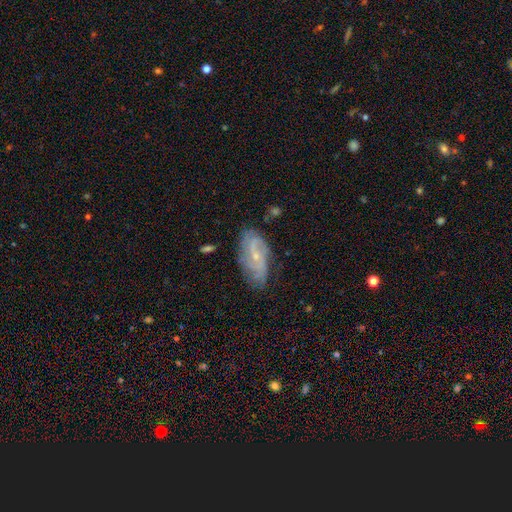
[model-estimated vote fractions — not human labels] This is likely a featured or disk galaxy (75%). It is clearly not viewed edge-on (94%). Bar: possibly no (51%). Spiral arm pattern: clearly yes (91%). Spiral arm count: marginally 2 (44%). Spiral winding: marginally medium (41%). Central bulge: likely small (75%). Merging: likely none (72%).